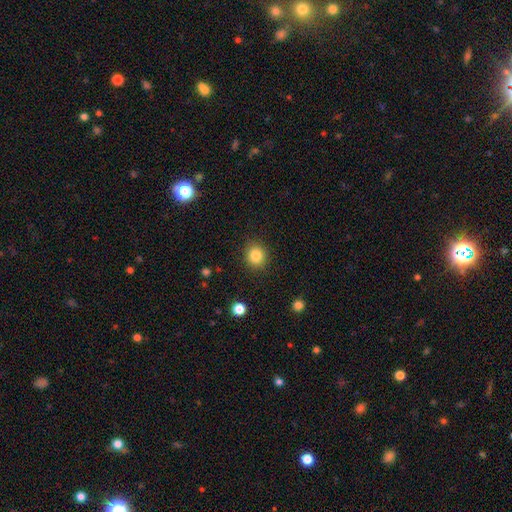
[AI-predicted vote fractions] Overall: smooth (84%). How rounded: round (84%). Merging: none (89%).